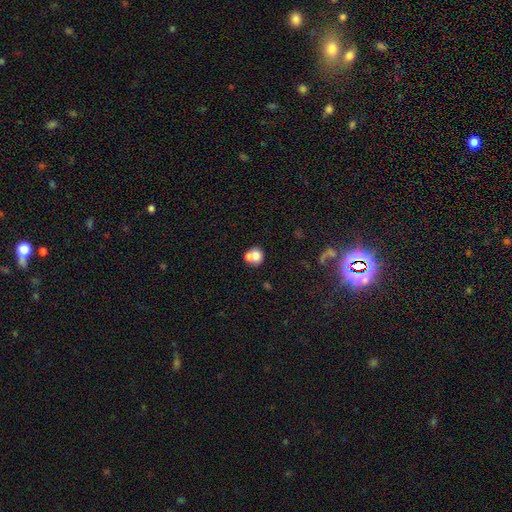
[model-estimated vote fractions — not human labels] This appears to be a smooth galaxy with no disk features (73%) that is round (76%). Merging: merger (53%).